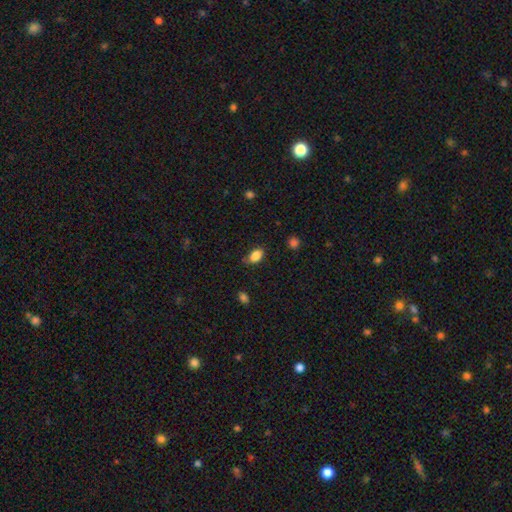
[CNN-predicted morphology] Smooth or featured? smooth (87%)
How rounded? in between (87%)
Merging? none (72%)